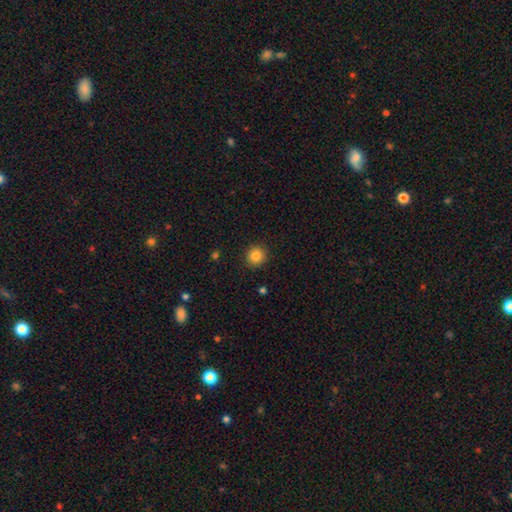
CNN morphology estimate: A smooth galaxy with no disk features (85%) that is round (91%). Merging: none (91%).